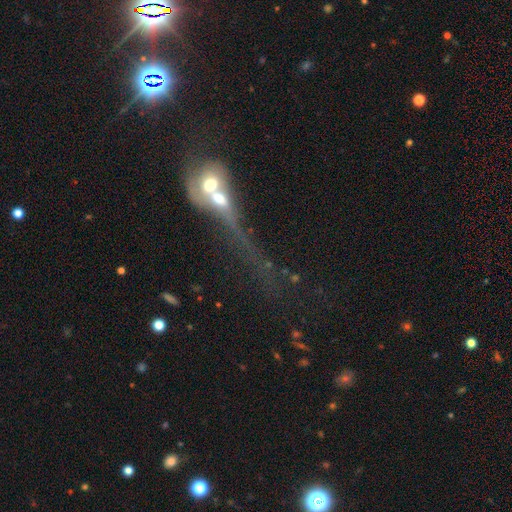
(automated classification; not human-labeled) A featured or disk galaxy (37%). Merging: merger (44%).